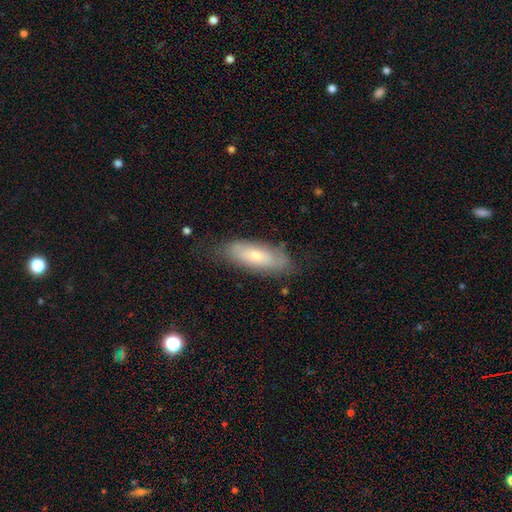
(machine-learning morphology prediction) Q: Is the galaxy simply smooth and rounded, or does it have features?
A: smooth — 59%.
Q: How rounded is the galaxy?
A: in between — 68%.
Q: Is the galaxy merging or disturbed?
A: none — 72%.